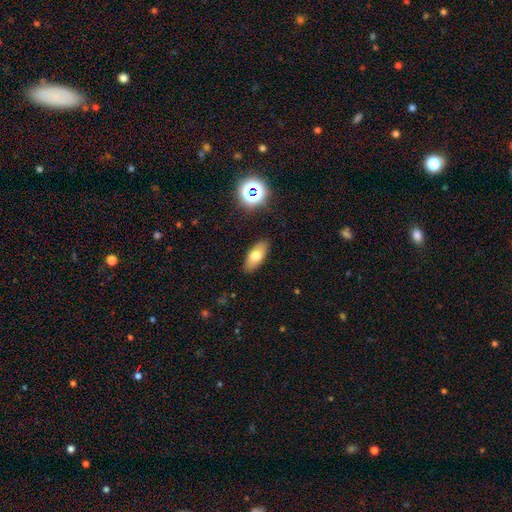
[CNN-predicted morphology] A smooth galaxy with no disk features (71%) that is in between round and cigar-shaped (84%).

Vote fractions:
- Smooth or featured? smooth: 71% / featured or disk: 19% / star or artifact: 10%
- How rounded? in between: 84% / cigar-shaped: 12% / round: 4%
- Merging? none: 88% / minor disturbance: 9% / major disturbance: 2% / merger: 1%